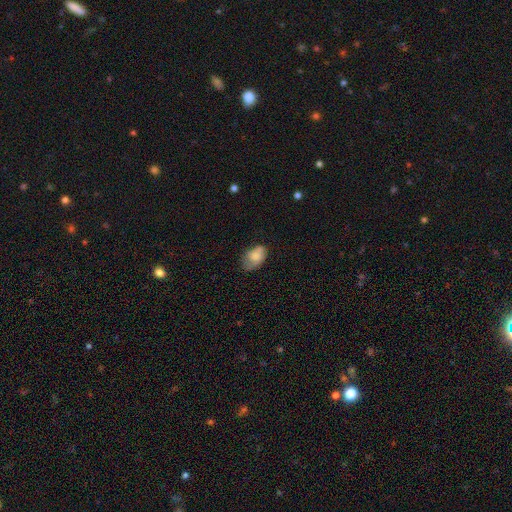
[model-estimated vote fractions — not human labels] A smooth galaxy with no disk features (71%) that is in between round and cigar-shaped (87%). Merging: none (55%).